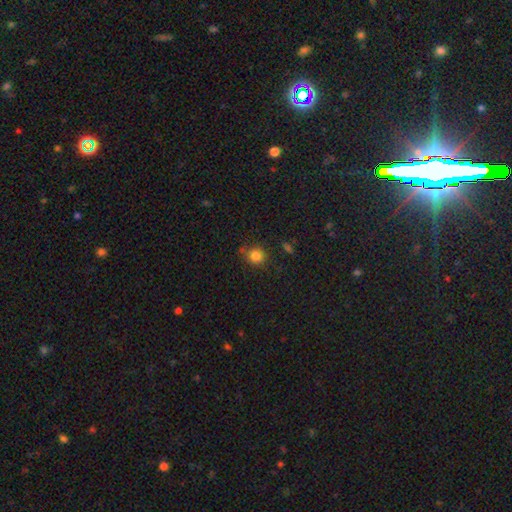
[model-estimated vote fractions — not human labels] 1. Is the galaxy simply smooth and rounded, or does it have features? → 82% smooth, 13% star or artifact, 5% featured or disk.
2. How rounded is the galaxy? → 84% round, 15% in between, 1% cigar-shaped.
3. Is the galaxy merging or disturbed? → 74% none, 16% minor disturbance, 6% merger, 4% major disturbance.